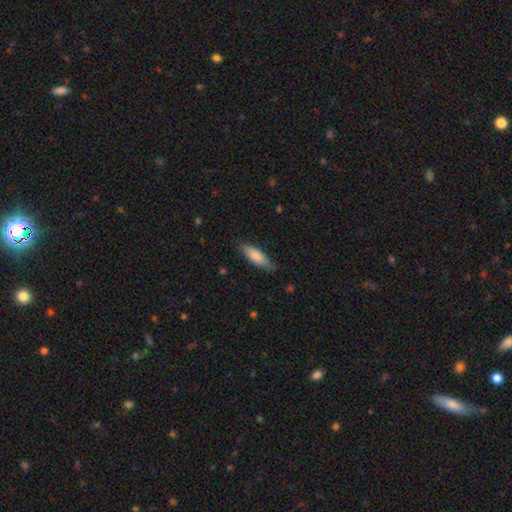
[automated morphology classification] type=smooth (82%); roundness=in between (51%); merging=none (78%).